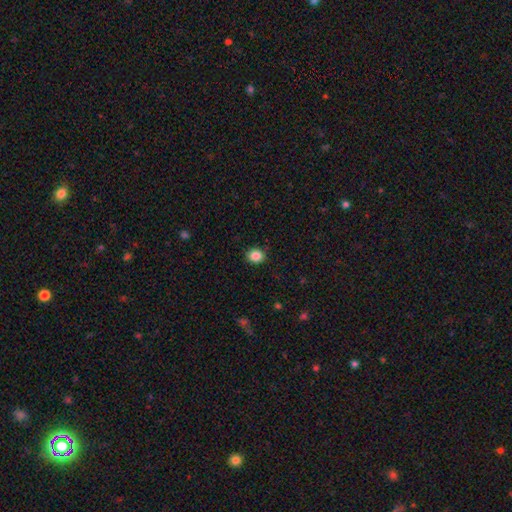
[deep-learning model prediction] Smooth or featured? Predicted: smooth (p=0.86). How rounded? Predicted: round (p=0.69). Merging? Predicted: none (p=0.88).